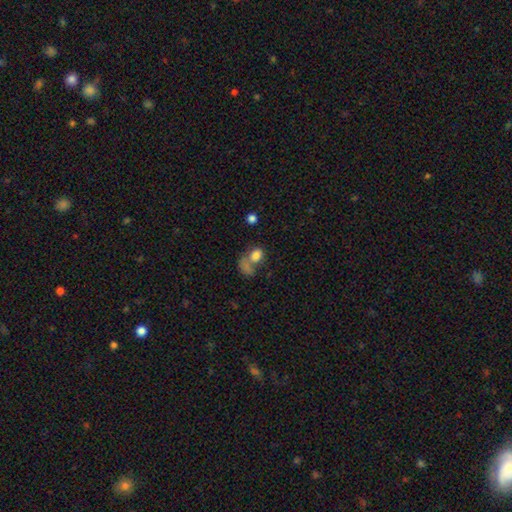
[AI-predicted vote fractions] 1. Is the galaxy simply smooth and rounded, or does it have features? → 77% smooth, 12% featured or disk, 11% star or artifact.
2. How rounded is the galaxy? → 67% in between, 31% round, 2% cigar-shaped.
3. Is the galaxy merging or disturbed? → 47% merger, 29% none, 13% major disturbance, 11% minor disturbance.